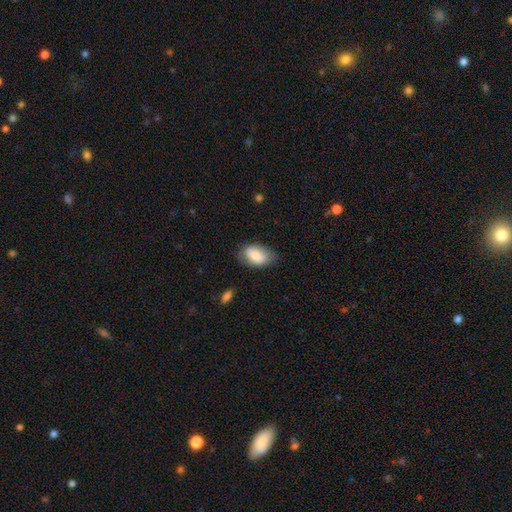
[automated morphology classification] smooth 79%, featured or disk 15%, star or artifact 6%. Down the decision tree: how rounded — in between (92%); merging — none (72%).